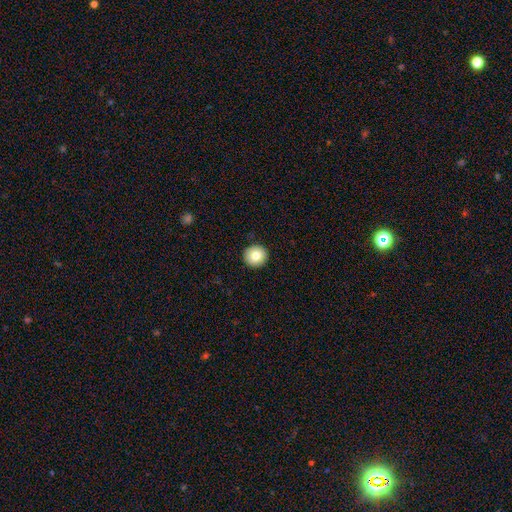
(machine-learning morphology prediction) Smooth or featured: smooth — 81% (featured or disk — 11%)
How rounded: round — 94% (in between — 5%)
Merging: none — 93% (minor disturbance — 5%)